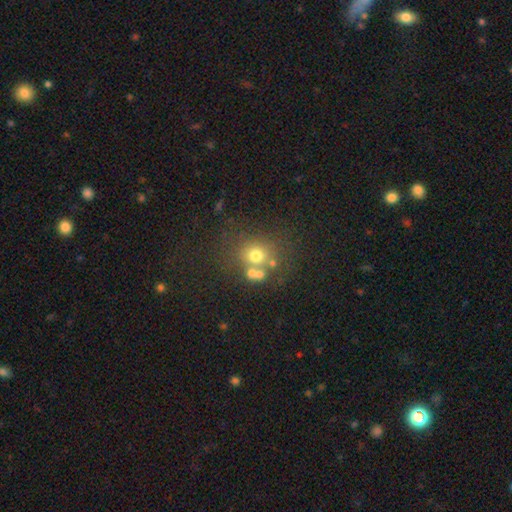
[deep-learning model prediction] Smooth or featured? Predicted: smooth (p=0.64). How rounded? Predicted: round (p=0.80). Merging? Predicted: none (p=0.53).